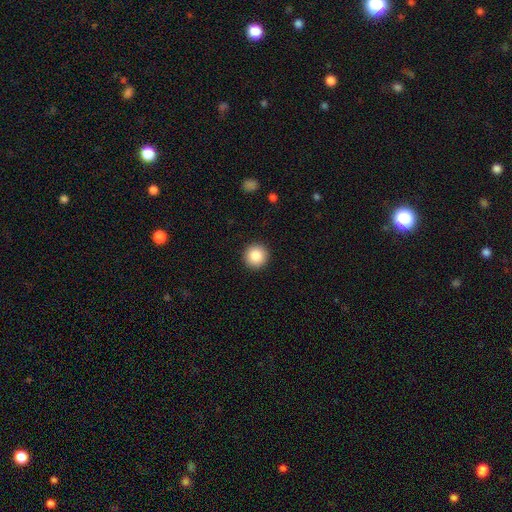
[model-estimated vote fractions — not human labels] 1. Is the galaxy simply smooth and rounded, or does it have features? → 86% smooth, 9% star or artifact, 5% featured or disk.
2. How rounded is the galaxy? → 95% round, 4% in between, 1% cigar-shaped.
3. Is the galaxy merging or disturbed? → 92% none, 5% minor disturbance, 2% major disturbance, 1% merger.